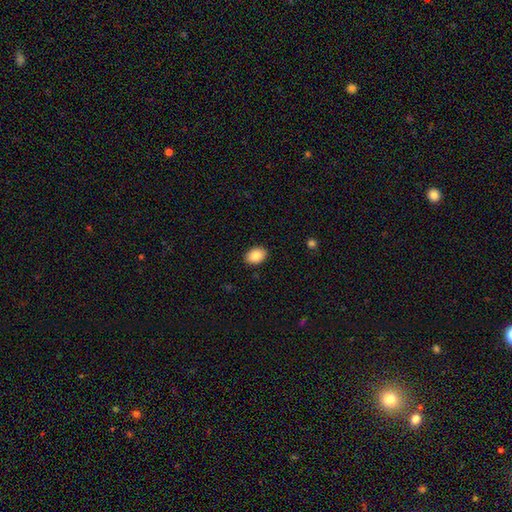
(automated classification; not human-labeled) The model was most divided on "how rounded": in between: 80%, round: 19%, cigar-shaped: 1%. More confident: merging — none (89%); smooth or featured — smooth (85%).